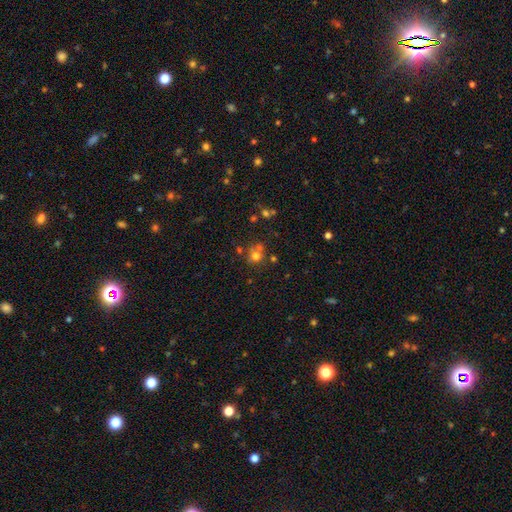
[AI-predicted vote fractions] smooth 67%, star or artifact 21%, featured or disk 13%. Down the decision tree: how rounded — round (83%); merging — none (58%).